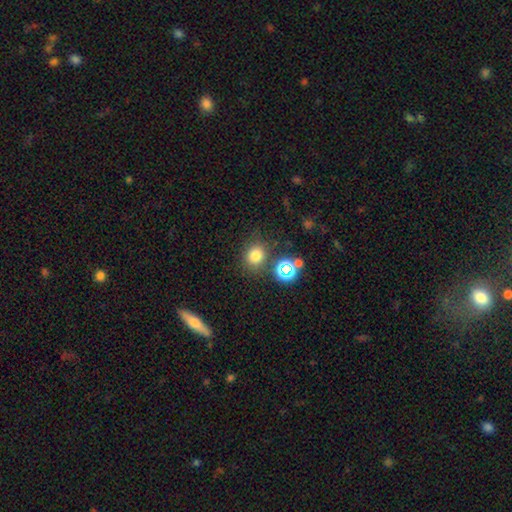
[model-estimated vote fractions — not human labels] smooth 75%, star or artifact 18%, featured or disk 7%. Down the decision tree: how rounded — round (74%); merging — none (76%).